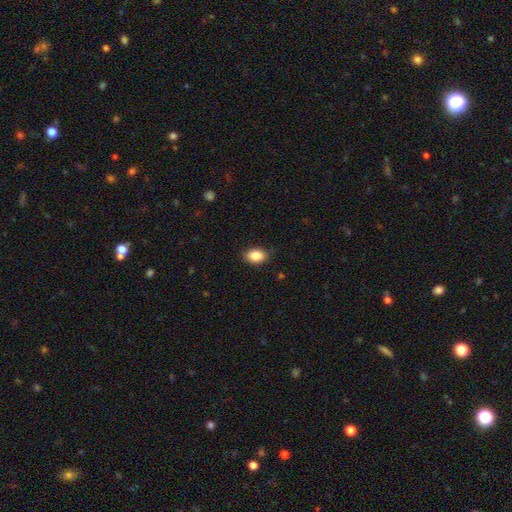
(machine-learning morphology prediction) This is clearly a smooth galaxy (86%). How rounded: likely in between (78%). Merging: clearly none (84%).